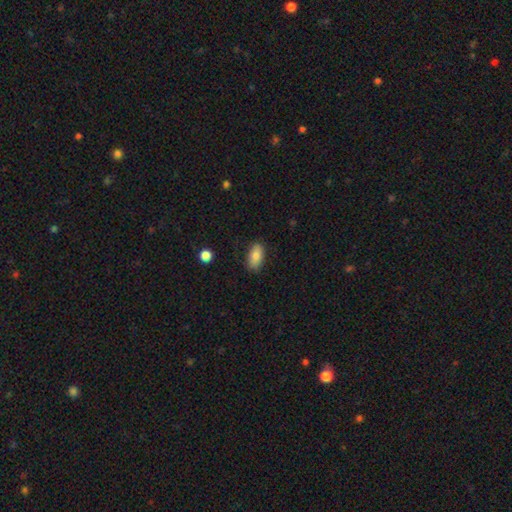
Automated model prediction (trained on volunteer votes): Smooth or featured?
  - smooth: 80% *
  - featured or disk: 12%
  - star or artifact: 8%
How rounded?
  - in between: 90% *
  - cigar-shaped: 5%
  - round: 5%
Merging?
  - none: 82% *
  - minor disturbance: 14%
  - major disturbance: 3%
  - merger: 1%